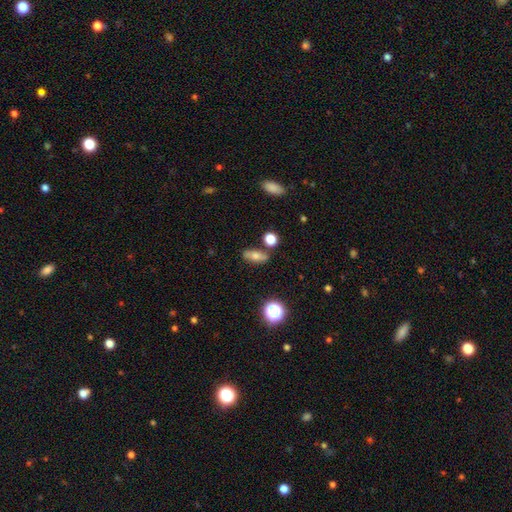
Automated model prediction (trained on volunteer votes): Overall: smooth (65%). How rounded: in between (65%). Merging: none (77%).